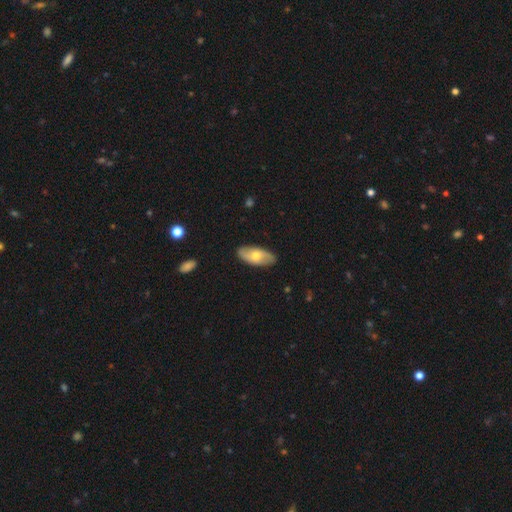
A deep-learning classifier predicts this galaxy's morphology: Q: Smooth or featured?
A: smooth (52%); runner-up: featured or disk (43%)
Q: How rounded?
A: in between (89%); runner-up: cigar-shaped (9%)
Q: Merging?
A: none (87%); runner-up: minor disturbance (10%)